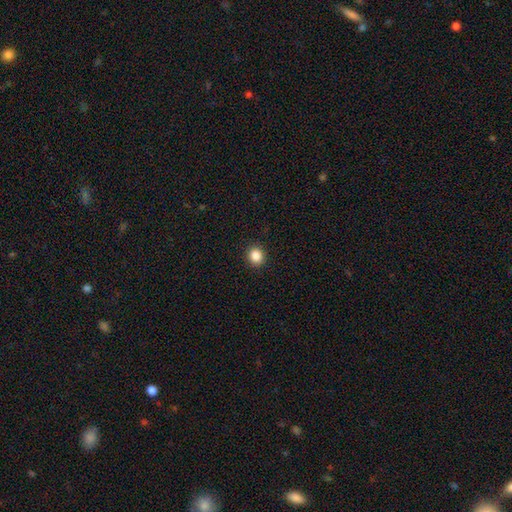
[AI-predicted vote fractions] smooth-or-featured: smooth: 86% | star or artifact: 10% | featured or disk: 4%
  how-rounded: round: 86% | in between: 13% | cigar-shaped: 1%
  merging: none: 92% | minor disturbance: 5% | major disturbance: 2% | merger: 1%